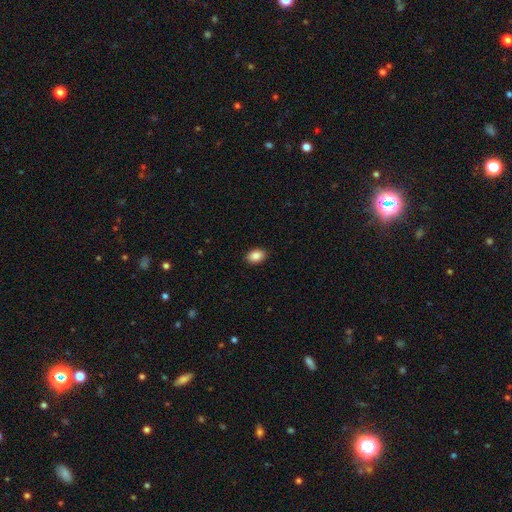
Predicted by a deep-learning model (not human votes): The model was most divided on "how rounded": in between: 83%, round: 15%, cigar-shaped: 1%. More confident: merging — none (90%); smooth or featured — smooth (87%).